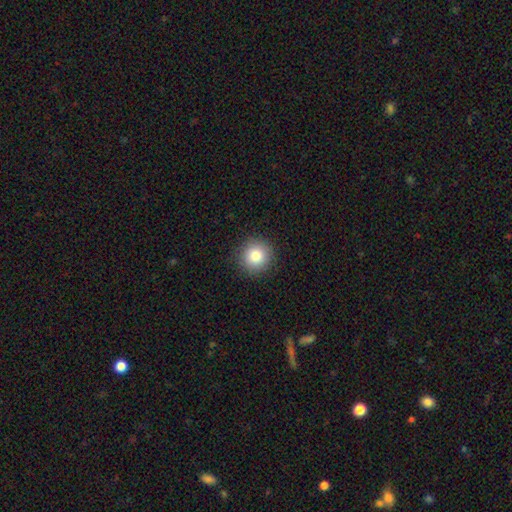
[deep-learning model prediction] smooth_or_featured: smooth (p=0.82) [alt: star or artifact p=0.10]
how_rounded: round (p=0.94) [alt: in between p=0.05]
merging: none (p=0.91) [alt: minor disturbance p=0.06]